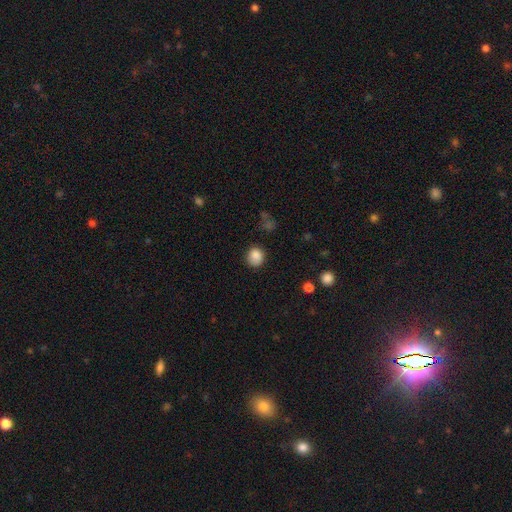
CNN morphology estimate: Smooth or featured: smooth — 85% (star or artifact — 10%)
How rounded: round — 81% (in between — 18%)
Merging: none — 77% (minor disturbance — 17%)